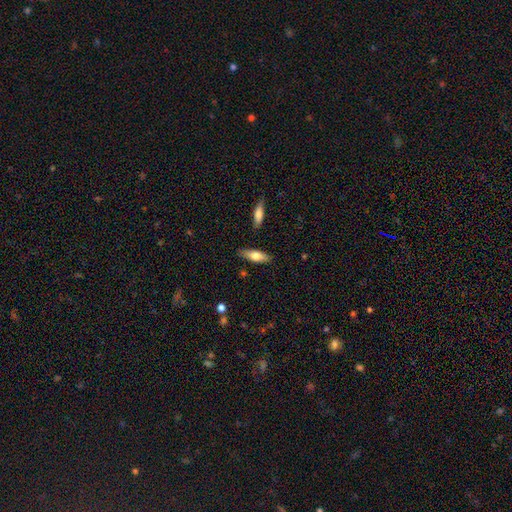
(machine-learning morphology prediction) Smooth or featured: smooth — 72% (featured or disk — 22%)
How rounded: in between — 61% (cigar-shaped — 37%)
Merging: none — 82% (minor disturbance — 13%)